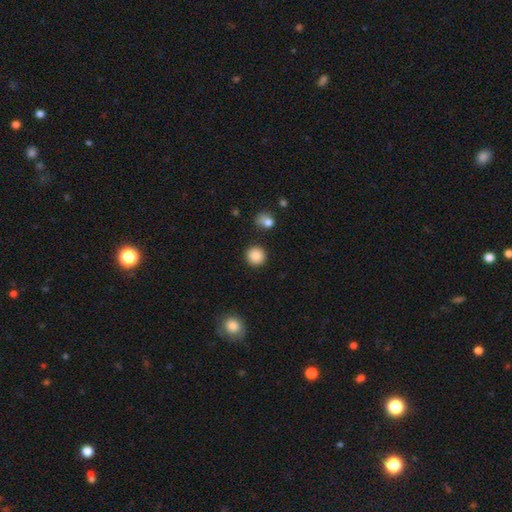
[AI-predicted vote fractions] This appears to be a smooth galaxy with no disk features (88%) that is round (93%). Merging: none (89%).